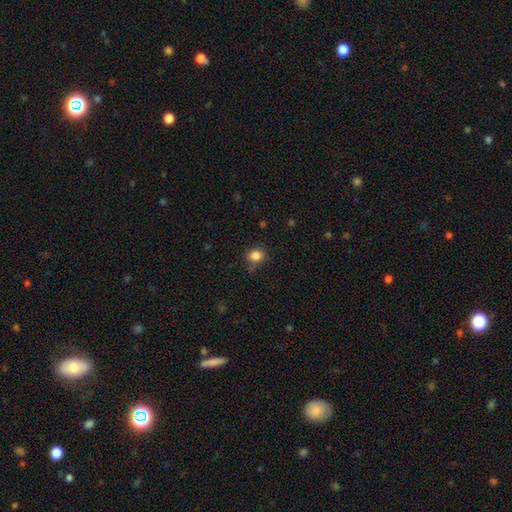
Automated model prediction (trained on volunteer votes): Overall: smooth (84%). How rounded: round (78%). Merging: none (73%).